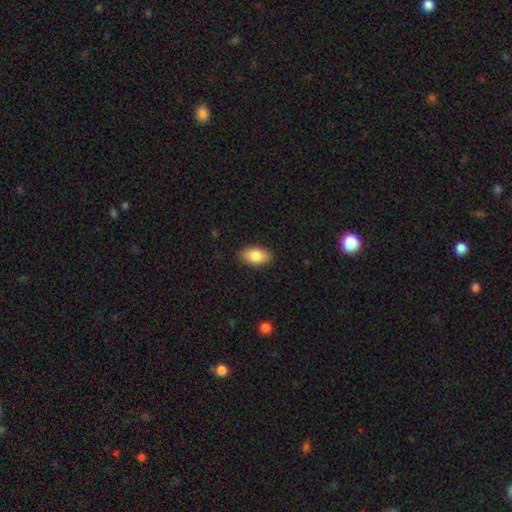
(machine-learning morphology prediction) Overall: smooth (85%). How rounded: in between (93%). Merging: none (88%).